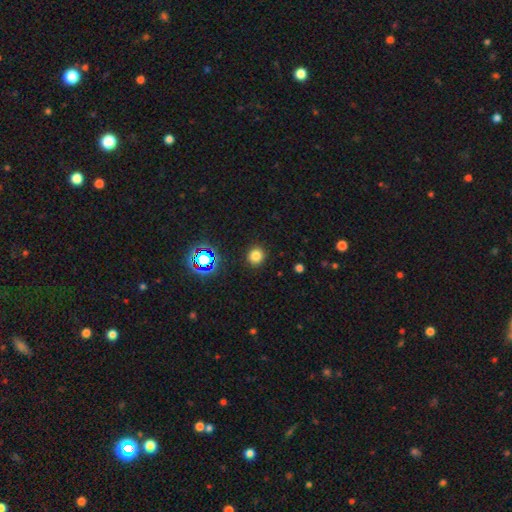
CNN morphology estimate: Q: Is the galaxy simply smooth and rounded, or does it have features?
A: smooth — 76%.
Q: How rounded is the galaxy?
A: round — 89%.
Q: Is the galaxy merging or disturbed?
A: none — 91%.